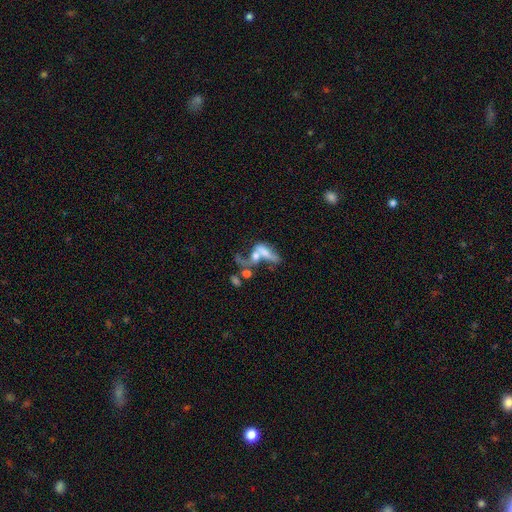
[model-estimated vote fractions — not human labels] Smooth or featured? Predicted: featured or disk (p=0.47). Merging? Predicted: merger (p=0.55).